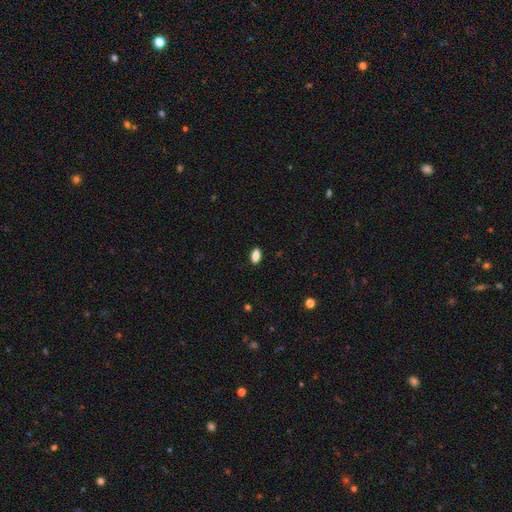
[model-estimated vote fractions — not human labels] Smooth or featured? Predicted: smooth (p=0.87). How rounded? Predicted: in between (p=0.89). Merging? Predicted: none (p=0.88).